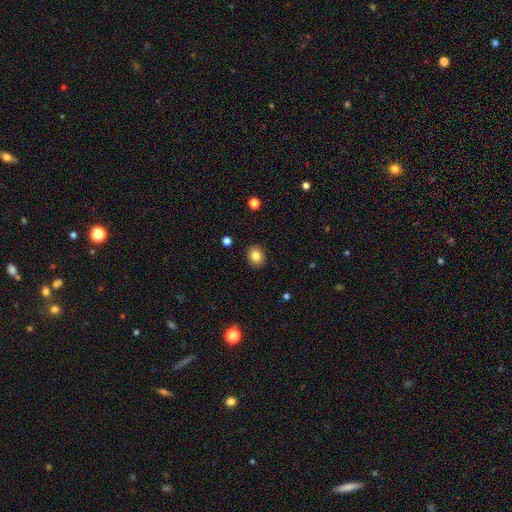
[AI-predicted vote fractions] smooth_or_featured: smooth (p=0.83) [alt: star or artifact p=0.10]
how_rounded: round (p=0.70) [alt: in between p=0.29]
merging: none (p=0.91) [alt: minor disturbance p=0.06]